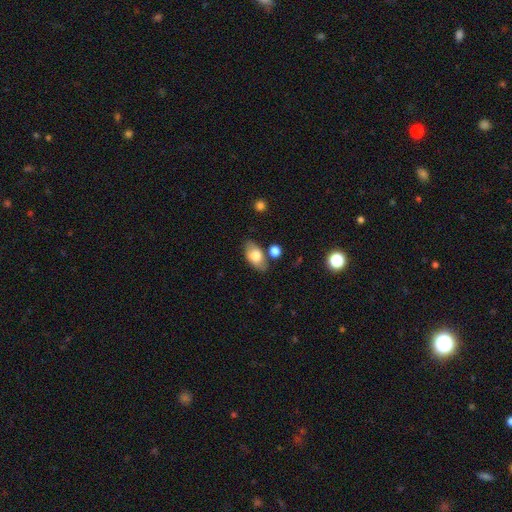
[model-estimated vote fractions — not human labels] smooth 75%, featured or disk 18%, star or artifact 7%. Down the decision tree: how rounded — in between (92%); merging — none (74%).